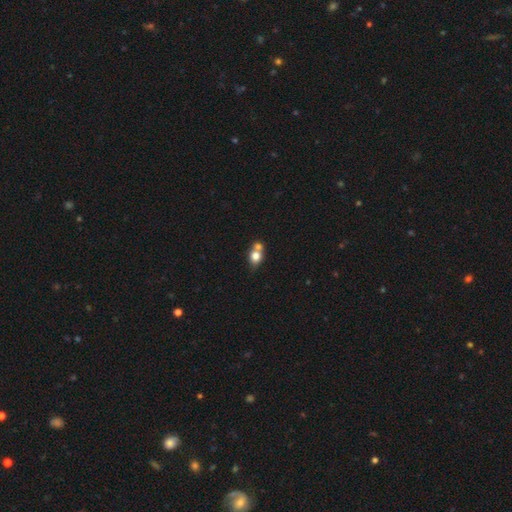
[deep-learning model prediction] smooth 76%, featured or disk 15%, star or artifact 10%. Down the decision tree: how rounded — round (55%); merging — merger (52%).